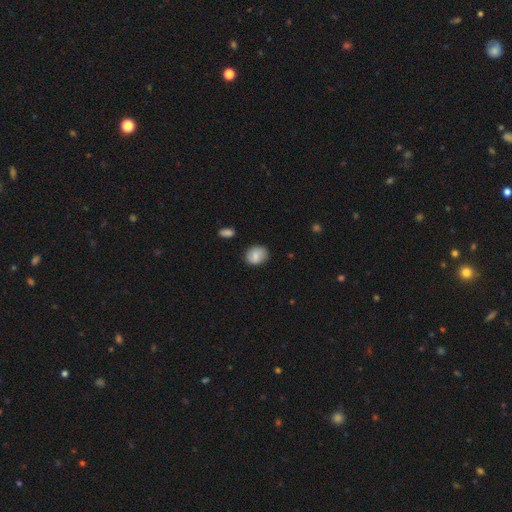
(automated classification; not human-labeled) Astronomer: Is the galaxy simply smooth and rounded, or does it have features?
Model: smooth — 78%.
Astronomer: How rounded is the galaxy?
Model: round — 56% (runner-up: in between, 43%).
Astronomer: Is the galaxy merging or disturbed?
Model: none — 80%.